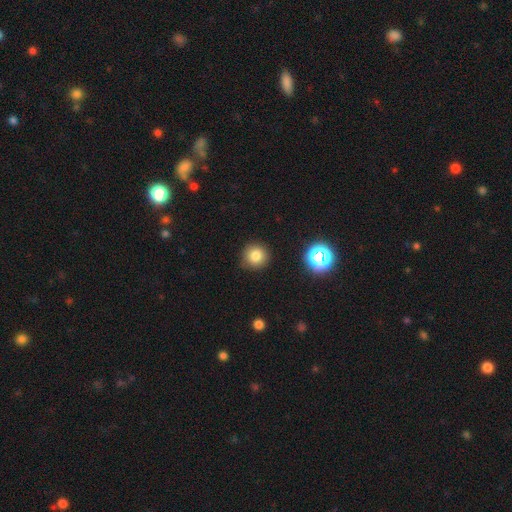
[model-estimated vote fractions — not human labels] Smooth or featured?
  - smooth: 80% *
  - star or artifact: 14%
  - featured or disk: 6%
How rounded?
  - round: 94% *
  - in between: 5%
  - cigar-shaped: 1%
Merging?
  - none: 88% *
  - minor disturbance: 8%
  - major disturbance: 2%
  - merger: 2%